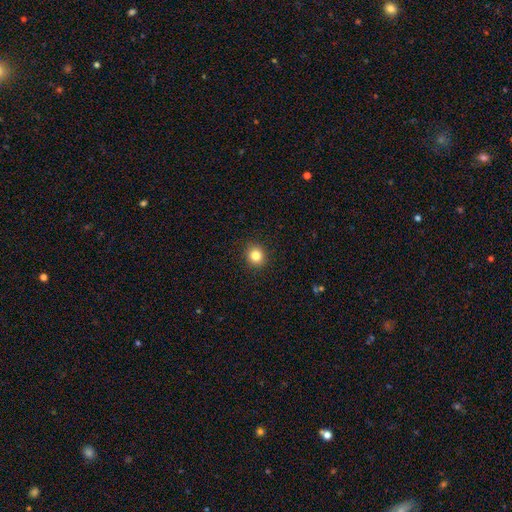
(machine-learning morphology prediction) The model was most divided on "how rounded": round: 81%, in between: 18%, cigar-shaped: 1%. More confident: merging — none (91%); smooth or featured — smooth (83%).